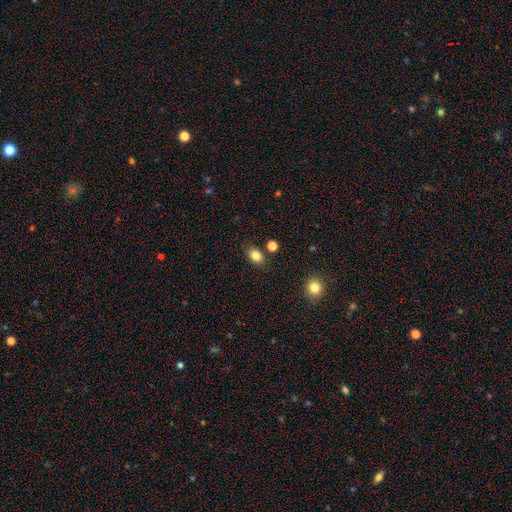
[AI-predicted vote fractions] Smooth or featured?
  - smooth: 84% *
  - star or artifact: 11%
  - featured or disk: 5%
How rounded?
  - in between: 68% *
  - round: 30%
  - cigar-shaped: 1%
Merging?
  - none: 80% *
  - minor disturbance: 11%
  - merger: 6%
  - major disturbance: 3%